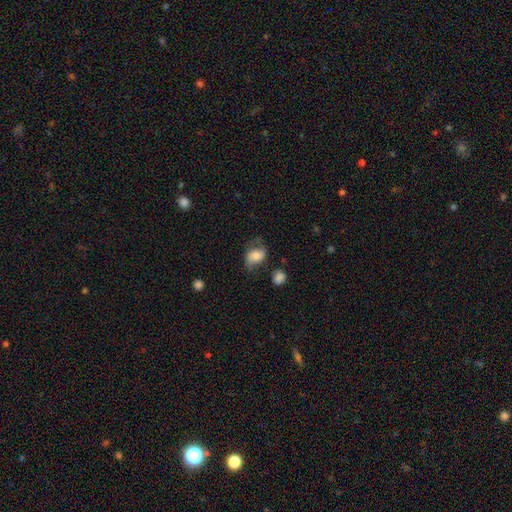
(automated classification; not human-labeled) This is possibly a smooth galaxy (57%). How rounded: likely in between (73%). Merging: possibly none (56%).